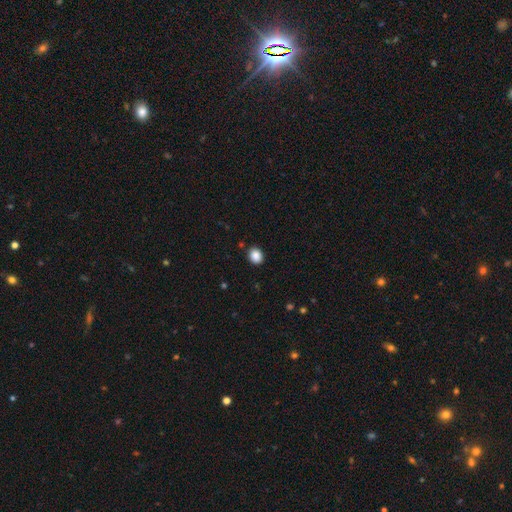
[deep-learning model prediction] Smooth or featured? Predicted: smooth (p=0.88). How rounded? Predicted: round (p=0.59). Merging? Predicted: none (p=0.89).